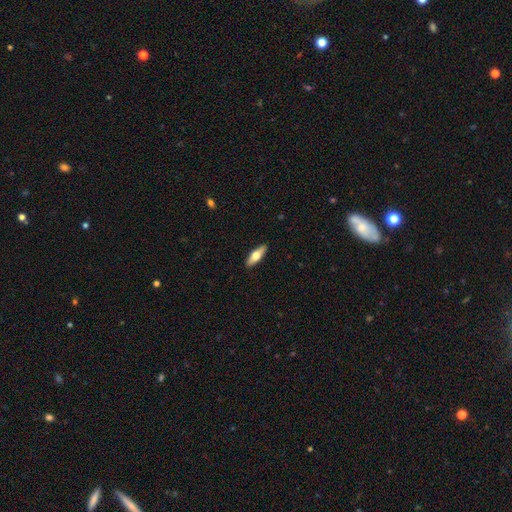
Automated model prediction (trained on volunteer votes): This appears to be a smooth galaxy with no disk features (56%) that is in between round and cigar-shaped (53%). Merging: none (90%).